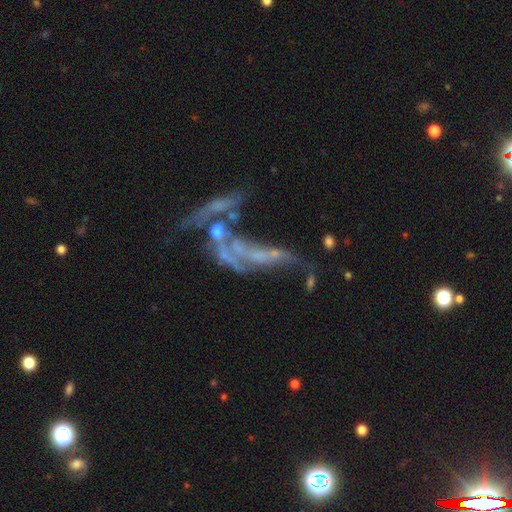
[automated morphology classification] smooth_or_featured: featured or disk (p=0.66) [alt: star or artifact p=0.17]
disk_edge_on: no (p=0.85) [alt: yes p=0.15]
bar: no (p=0.78) [alt: weak p=0.14]
has_spiral_arms: no (p=0.66) [alt: yes p=0.34]
bulge_size: none (p=0.62) [alt: small p=0.25]
merging: merger (p=0.46) [alt: major disturbance p=0.30]